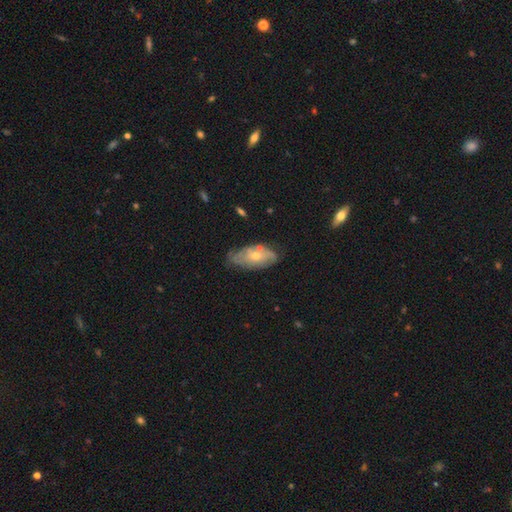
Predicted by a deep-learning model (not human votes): Overall: featured or disk (61%; smooth 32%). Edge-on disk: no (89%). Bar: no (79%). Spiral arms: yes (68%; no 32%). Bulge size: moderate (50%; small 47%). Merging: none (60%; minor disturbance 28%).